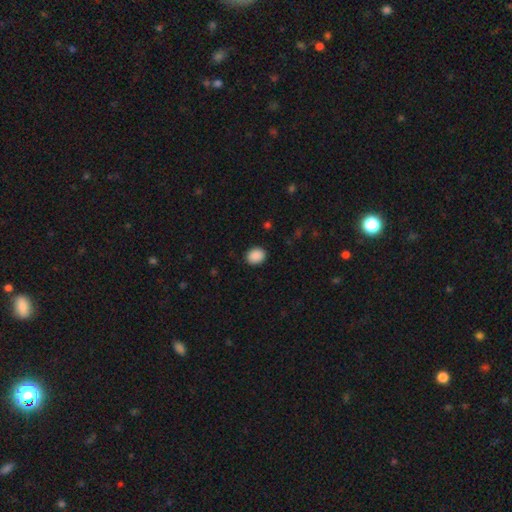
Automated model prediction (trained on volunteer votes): Smooth or featured? smooth (90%)
How rounded? round (53%)
Merging? none (90%)